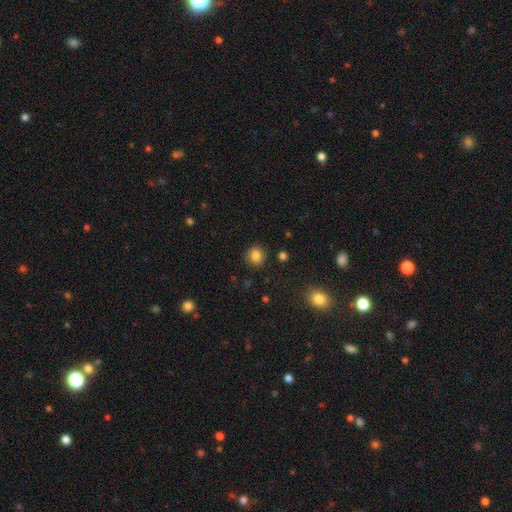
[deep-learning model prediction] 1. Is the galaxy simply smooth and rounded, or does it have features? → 84% smooth, 11% star or artifact, 5% featured or disk.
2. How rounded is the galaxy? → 87% round, 12% in between, 1% cigar-shaped.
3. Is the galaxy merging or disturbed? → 89% none, 7% minor disturbance, 2% major disturbance, 2% merger.